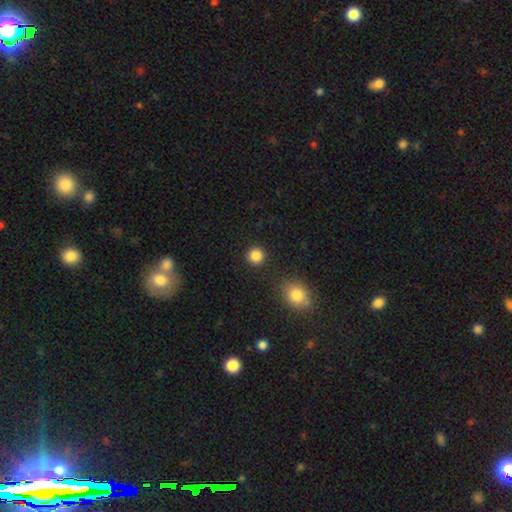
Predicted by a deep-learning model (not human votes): Smooth or featured? smooth (86%)
How rounded? round (94%)
Merging? none (90%)